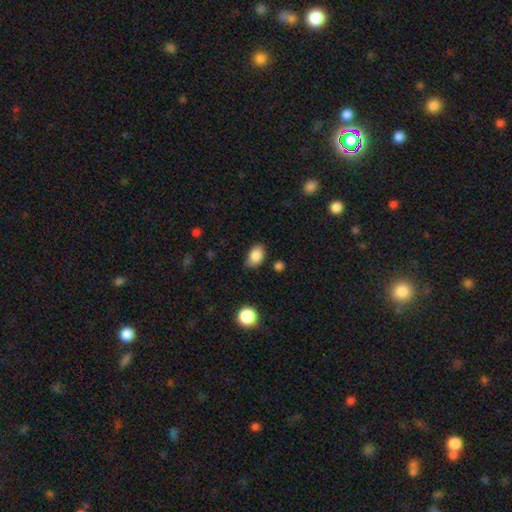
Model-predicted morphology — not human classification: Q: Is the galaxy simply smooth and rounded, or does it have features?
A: smooth — 87%.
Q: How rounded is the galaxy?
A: in between — 86%.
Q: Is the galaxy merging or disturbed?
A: none — 76%.